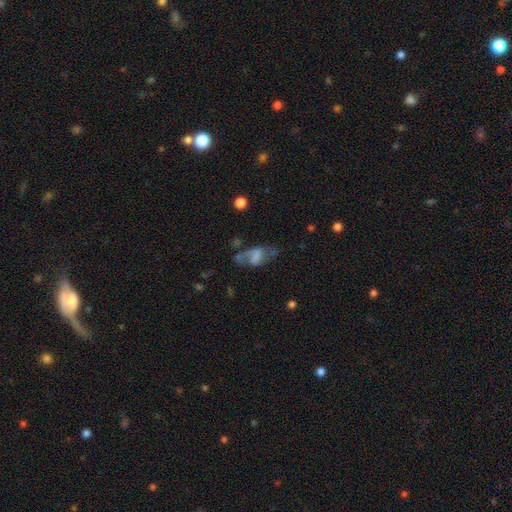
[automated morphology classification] Smooth or featured?
  - featured or disk: 50% *
  - smooth: 38%
  - star or artifact: 12%
Merging?
  - none: 38% *
  - major disturbance: 32%
  - minor disturbance: 23%
  - merger: 7%